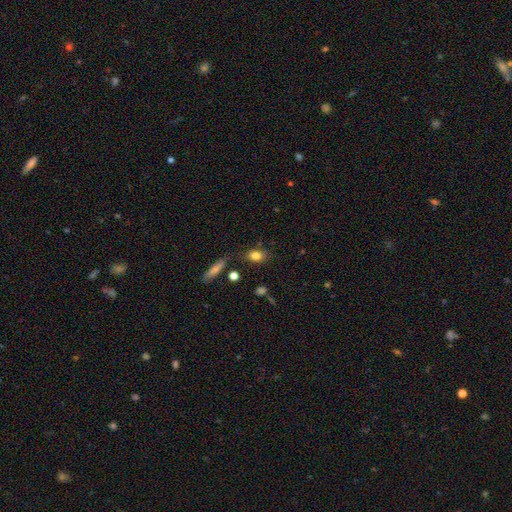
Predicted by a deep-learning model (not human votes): Smooth or featured?
  - smooth: 81% *
  - featured or disk: 10%
  - star or artifact: 9%
How rounded?
  - in between: 75% *
  - round: 19%
  - cigar-shaped: 6%
Merging?
  - none: 75% *
  - minor disturbance: 16%
  - merger: 5%
  - major disturbance: 4%